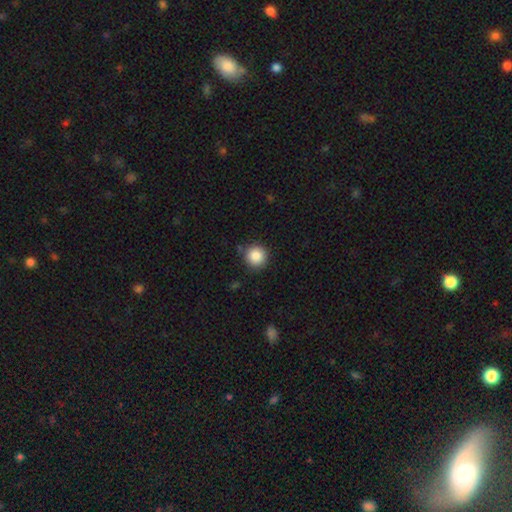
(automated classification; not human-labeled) smooth 87%, star or artifact 9%, featured or disk 4%. Down the decision tree: how rounded — round (95%); merging — none (85%).